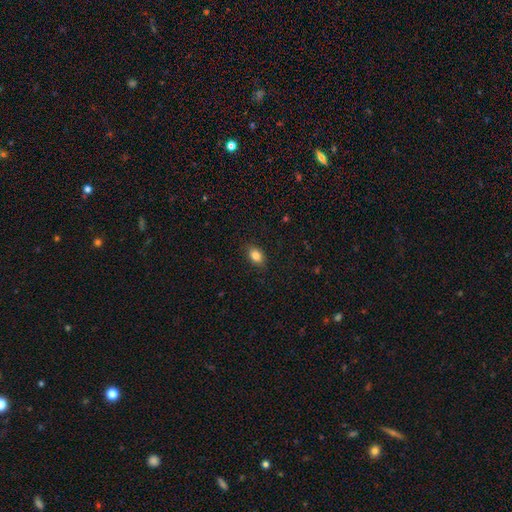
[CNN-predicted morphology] A smooth galaxy with no disk features (84%) that is in between round and cigar-shaped (80%). Merging: none (87%).